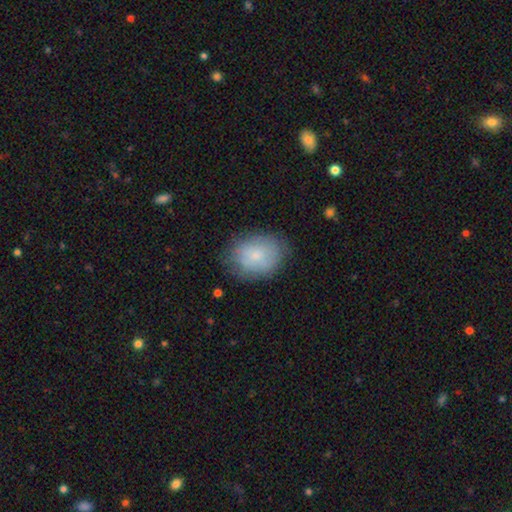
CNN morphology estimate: smooth-or-featured: smooth: 74% | featured or disk: 19% | star or artifact: 8%
  how-rounded: in between: 60% | round: 39% | cigar-shaped: 1%
  merging: none: 74% | minor disturbance: 19% | major disturbance: 6% | merger: 1%